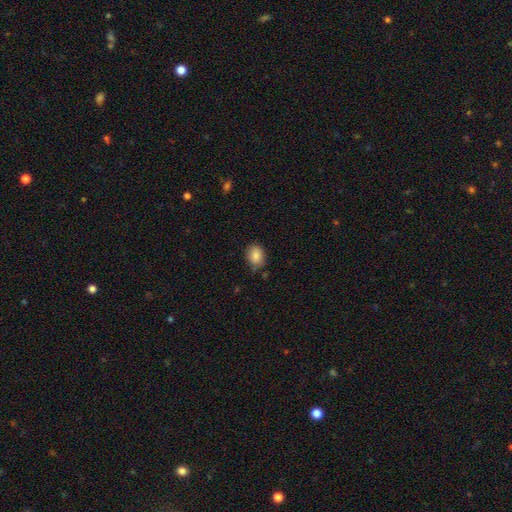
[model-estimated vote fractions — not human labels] The model was most divided on "how rounded": in between: 60%, round: 39%, cigar-shaped: 1%. More confident: smooth or featured — smooth (85%); merging — none (77%).